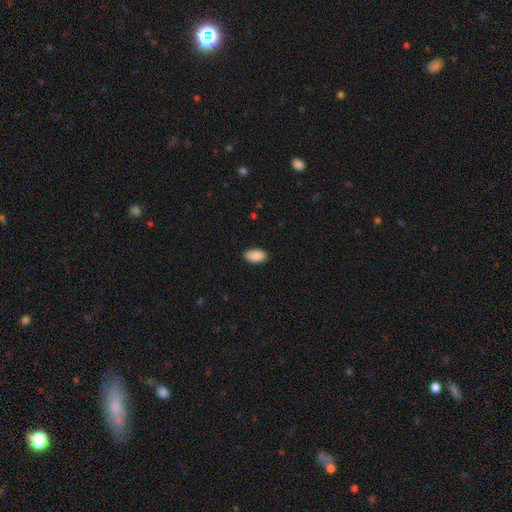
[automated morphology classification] smooth_or_featured: smooth (p=0.90) [alt: star or artifact p=0.06]
how_rounded: in between (p=0.94) [alt: round p=0.04]
merging: none (p=0.86) [alt: minor disturbance p=0.11]